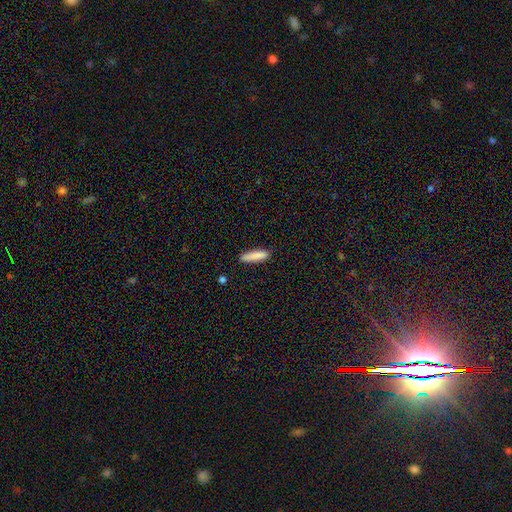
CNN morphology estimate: smooth_or_featured: smooth (p=0.86) [alt: featured or disk p=0.08]
how_rounded: cigar-shaped (p=0.80) [alt: in between p=0.19]
merging: none (p=0.85) [alt: minor disturbance p=0.11]